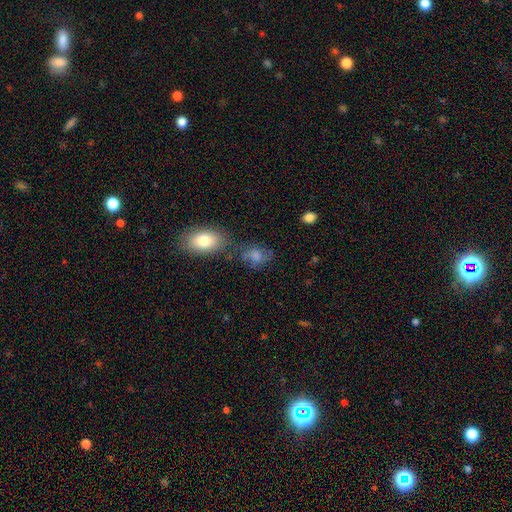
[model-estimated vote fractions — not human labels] smooth 72%, featured or disk 16%, star or artifact 11%. Down the decision tree: how rounded — in between (71%); merging — none (48%).